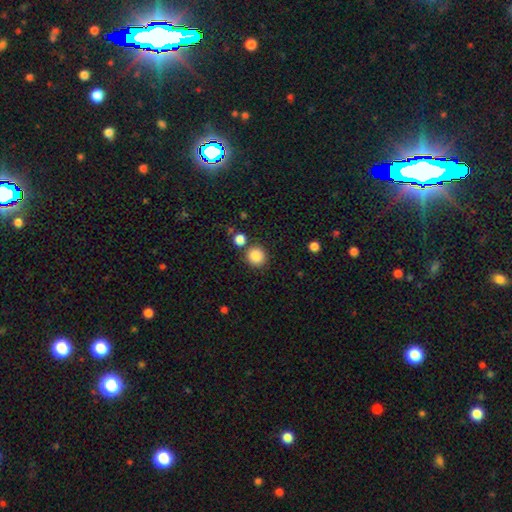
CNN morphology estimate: Smooth or featured: smooth — 87% (star or artifact — 10%)
How rounded: round — 89% (in between — 10%)
Merging: none — 79% (minor disturbance — 9%)